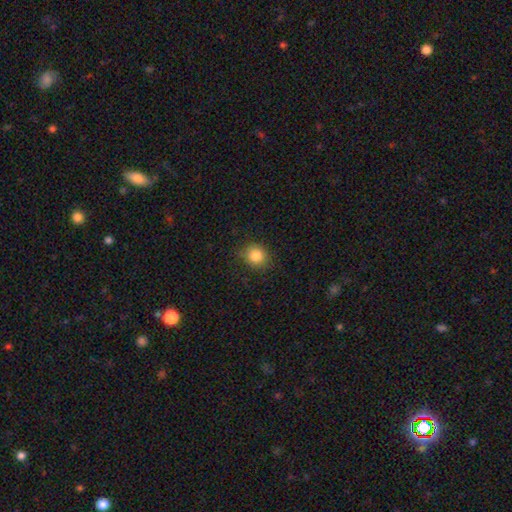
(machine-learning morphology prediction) Smooth or featured? smooth (84%)
How rounded? round (80%)
Merging? none (85%)